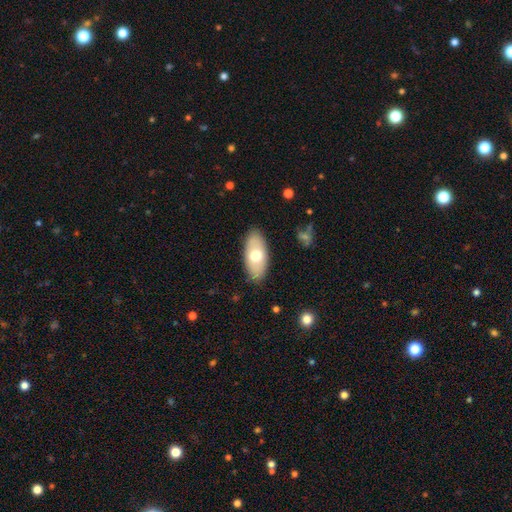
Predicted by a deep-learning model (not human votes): A smooth galaxy with no disk features (66%) that is in between round and cigar-shaped (90%).

Vote fractions:
- Smooth or featured? smooth: 66% / featured or disk: 28% / star or artifact: 6%
- How rounded? in between: 90% / cigar-shaped: 7% / round: 3%
- Merging? none: 86% / minor disturbance: 10% / major disturbance: 2% / merger: 1%